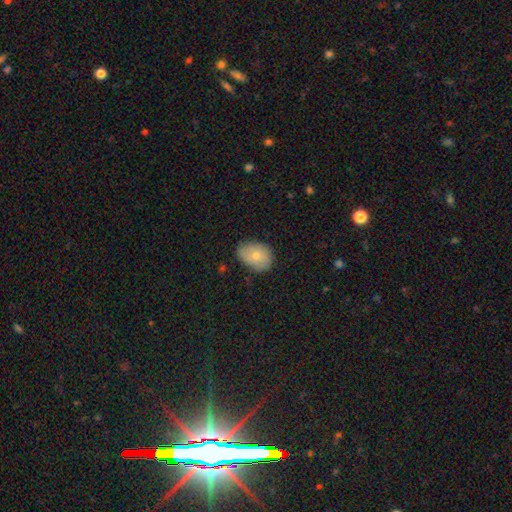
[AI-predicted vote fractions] This appears to be a smooth galaxy with no disk features (77%) that is in between round and cigar-shaped (76%). Merging: none (69%).